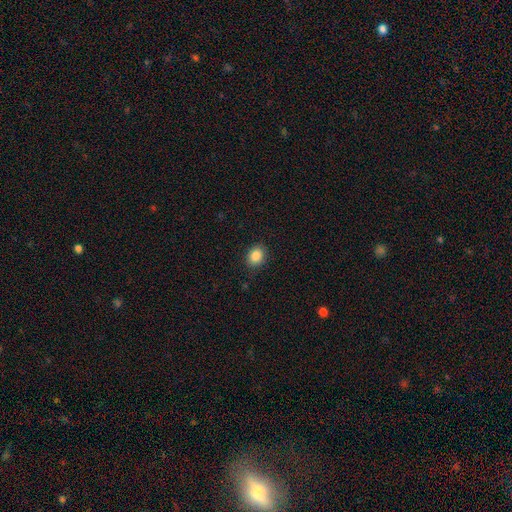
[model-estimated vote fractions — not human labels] Smooth or featured: smooth — 87% (star or artifact — 9%)
How rounded: in between — 56% (round — 43%)
Merging: none — 87% (minor disturbance — 10%)